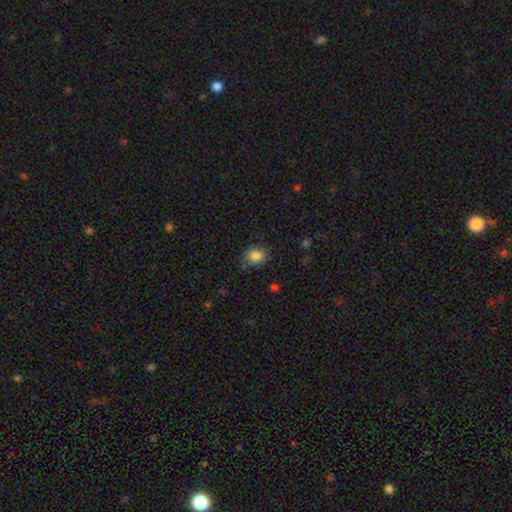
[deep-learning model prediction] This appears to be a smooth galaxy with no disk features (85%) that is in between round and cigar-shaped (58%). Merging: none (76%).